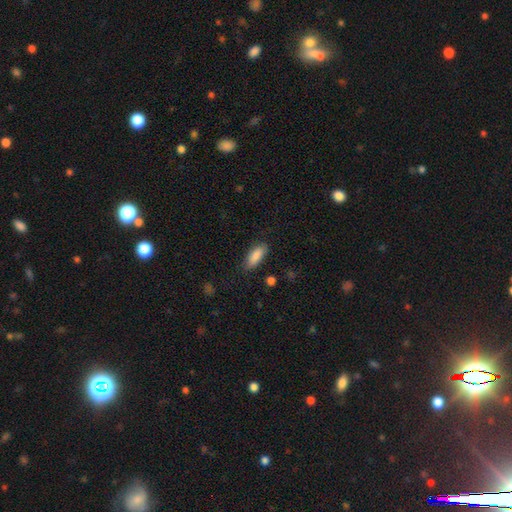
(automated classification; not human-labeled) Smooth or featured? smooth (88%)
How rounded? in between (79%)
Merging? none (80%)